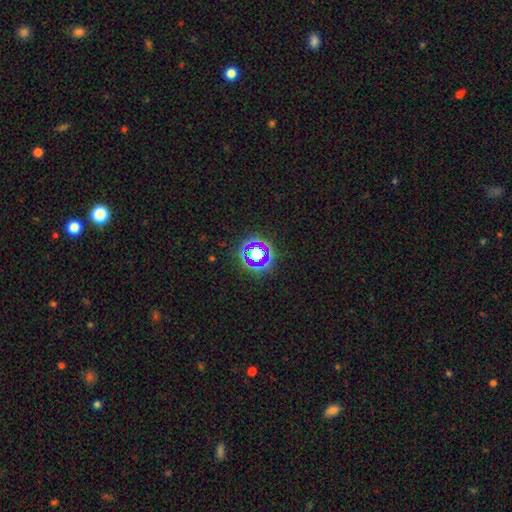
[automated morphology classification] Smooth or featured? Predicted: star or artifact (p=0.57).